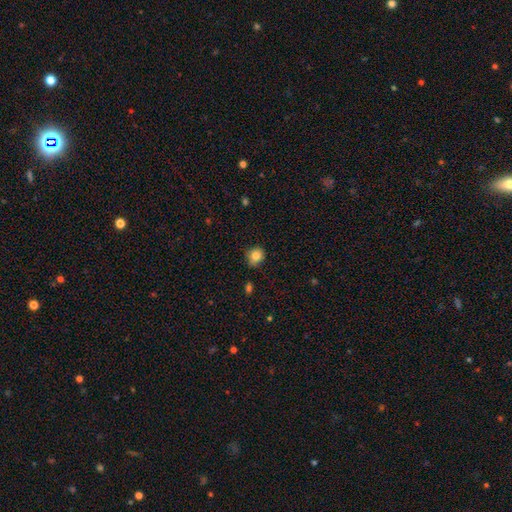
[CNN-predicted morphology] This is clearly a smooth galaxy (83%). How rounded: clearly round (81%). Merging: likely none (75%).